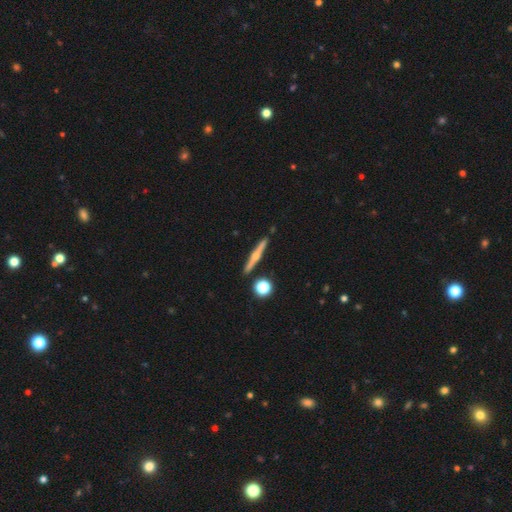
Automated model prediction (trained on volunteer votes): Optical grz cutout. It shows a featured or disk galaxy (68%) viewed edge-on (97%) with a rounded central bulge (91%). Merging: none (89%).